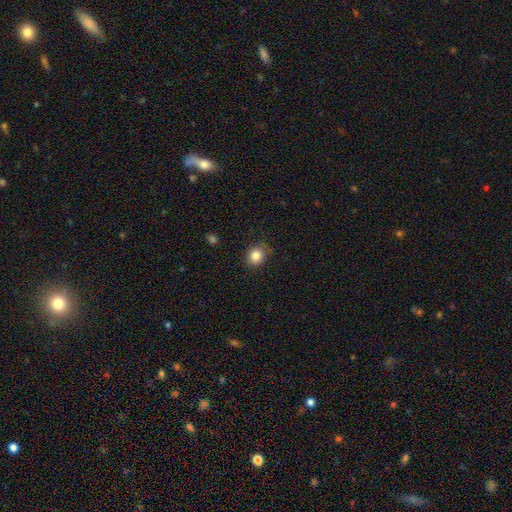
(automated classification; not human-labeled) Overall: smooth (84%). How rounded: round (70%). Merging: none (83%).